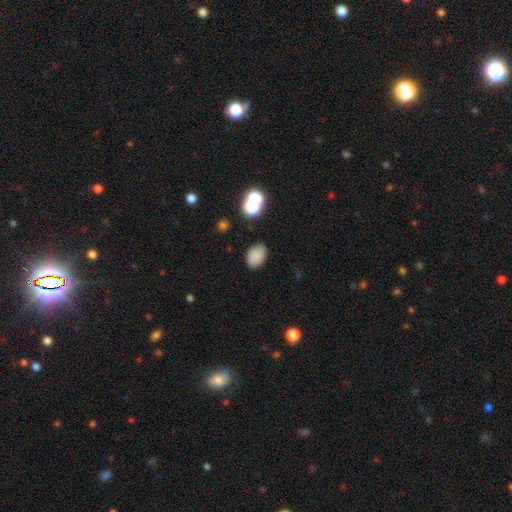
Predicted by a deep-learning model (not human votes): Smooth or featured?
  - smooth: 81% *
  - star or artifact: 11%
  - featured or disk: 7%
How rounded?
  - in between: 83% *
  - round: 16%
  - cigar-shaped: 1%
Merging?
  - none: 83% *
  - minor disturbance: 12%
  - major disturbance: 3%
  - merger: 2%